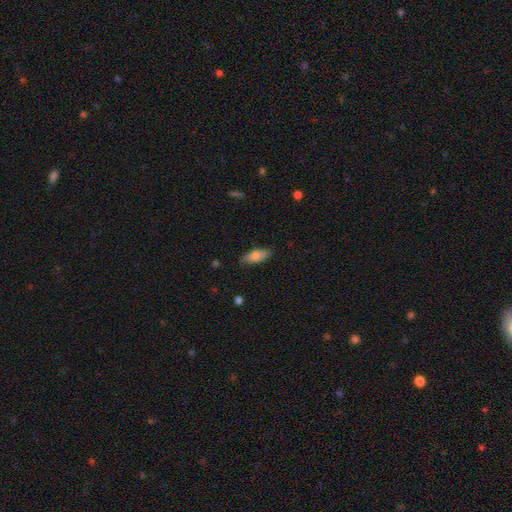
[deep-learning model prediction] smooth_or_featured: smooth (p=0.75) [alt: featured or disk p=0.19]
how_rounded: in between (p=0.77) [alt: cigar-shaped p=0.20]
merging: none (p=0.82) [alt: minor disturbance p=0.14]